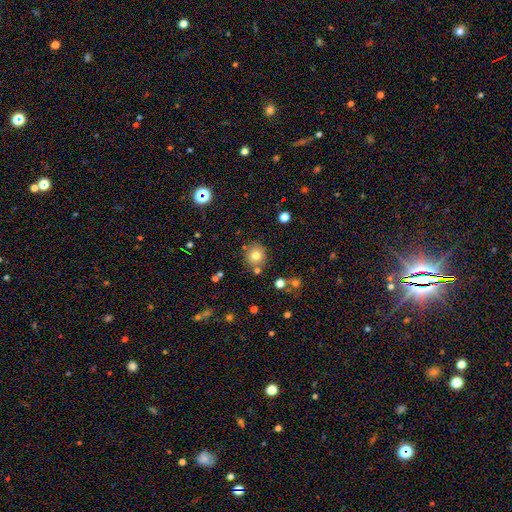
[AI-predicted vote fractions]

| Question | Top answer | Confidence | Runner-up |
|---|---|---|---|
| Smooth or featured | smooth | 77% | star or artifact (13%) |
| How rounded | round | 87% | in between (12%) |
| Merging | none | 80% | minor disturbance (9%) |